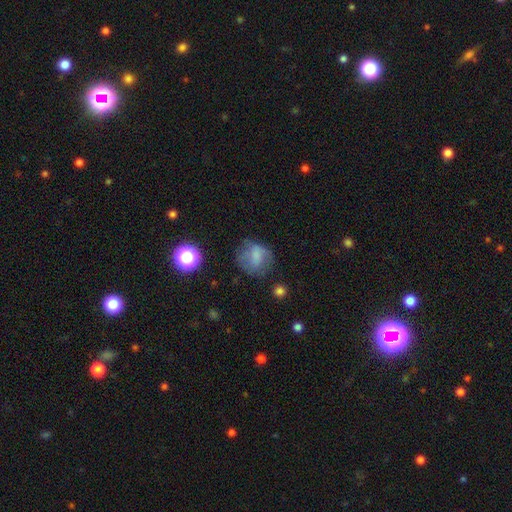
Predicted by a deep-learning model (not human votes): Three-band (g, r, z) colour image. It shows a smooth galaxy with no disk features (66%) that is round (67%). Merging: none (55%).